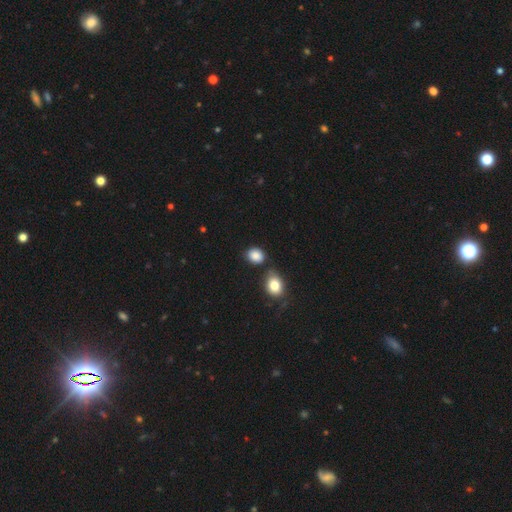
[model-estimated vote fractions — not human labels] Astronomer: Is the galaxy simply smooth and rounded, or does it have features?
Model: smooth — 86%.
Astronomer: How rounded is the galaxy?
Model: round — 56% (runner-up: in between, 43%).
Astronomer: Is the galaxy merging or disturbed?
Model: none — 68%.